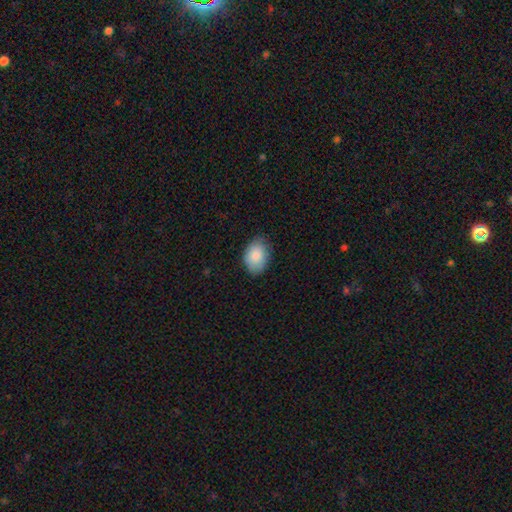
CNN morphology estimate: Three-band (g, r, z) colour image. It shows a smooth galaxy with no disk features (86%) that is in between round and cigar-shaped (83%). Merging: none (78%).